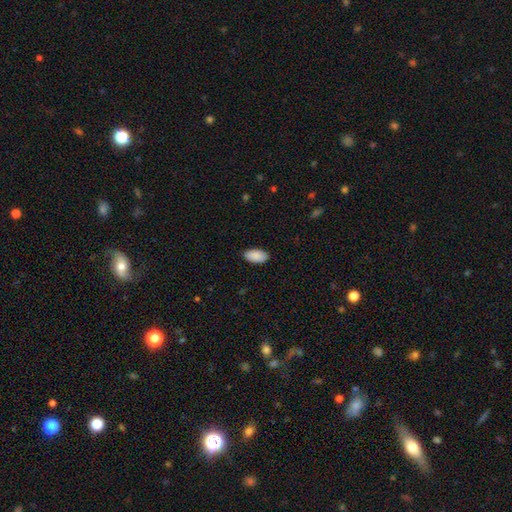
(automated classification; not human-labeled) A smooth galaxy with no disk features (90%) that is in between round and cigar-shaped (96%).

Vote fractions:
- Smooth or featured? smooth: 90% / star or artifact: 6% / featured or disk: 4%
- How rounded? in between: 96% / round: 2% / cigar-shaped: 2%
- Merging? none: 87% / minor disturbance: 10% / major disturbance: 2% / merger: 1%